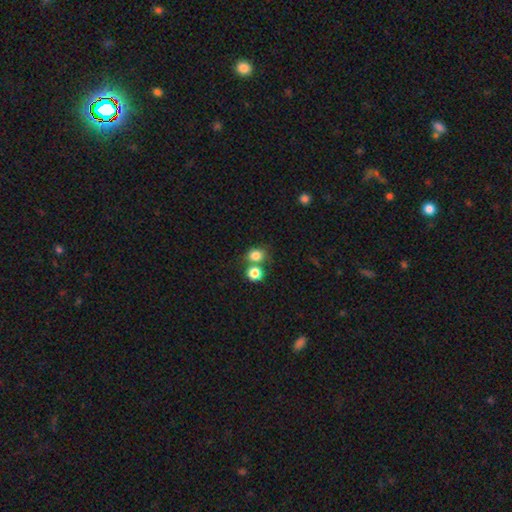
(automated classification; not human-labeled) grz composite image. It shows a smooth galaxy with no disk features (81%) that is round (67%). Merging: none (53%).